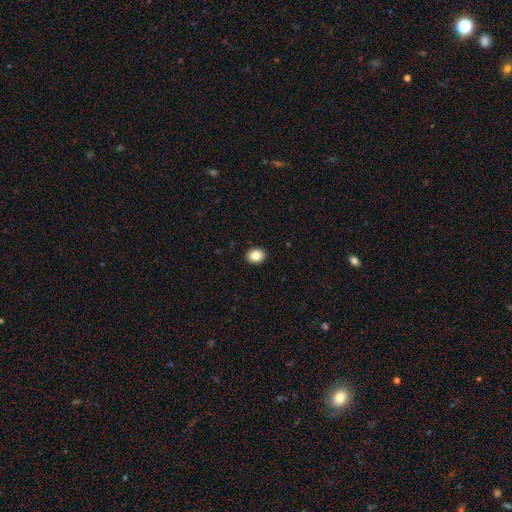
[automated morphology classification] The model was most divided on "how rounded": in between: 52%, round: 47%, cigar-shaped: 1%. More confident: merging — none (92%); smooth or featured — smooth (85%).